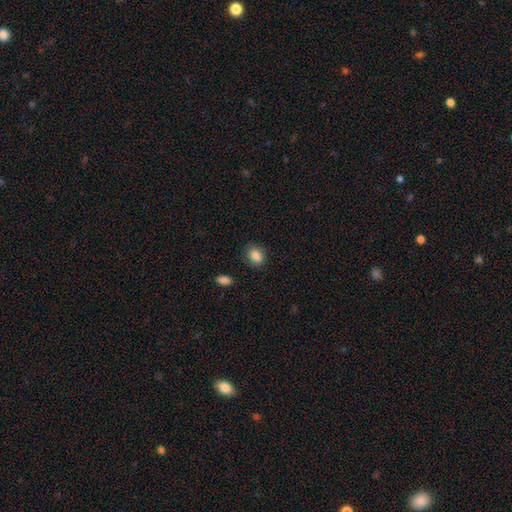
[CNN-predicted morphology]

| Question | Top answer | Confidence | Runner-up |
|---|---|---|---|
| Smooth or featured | smooth | 87% | star or artifact (9%) |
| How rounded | in between | 67% | round (31%) |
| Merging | none | 83% | minor disturbance (12%) |